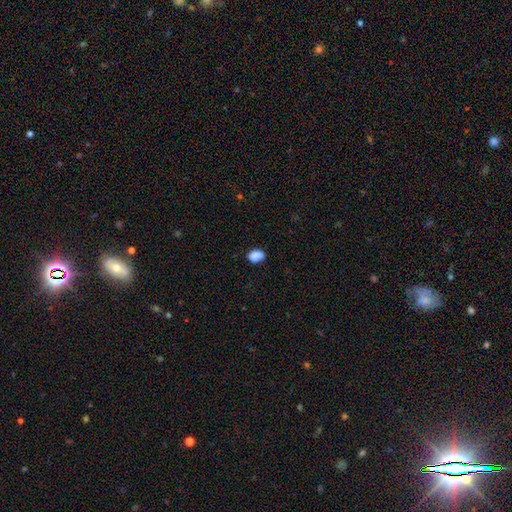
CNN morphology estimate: type=smooth (89%); roundness=in between (77%); merging=none (81%).